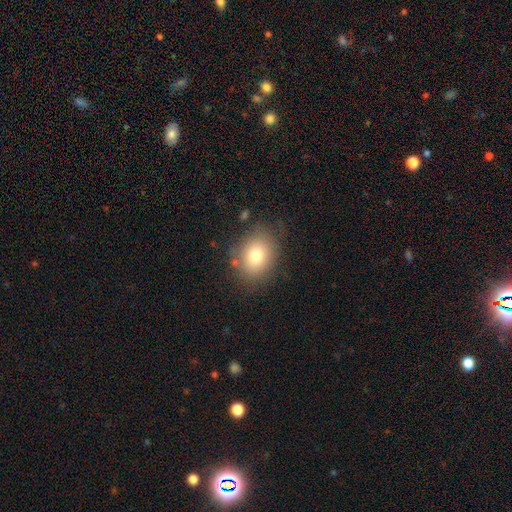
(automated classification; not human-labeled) Smooth or featured?
  - smooth: 78% *
  - featured or disk: 12%
  - star or artifact: 10%
How rounded?
  - in between: 57% *
  - round: 43%
  - cigar-shaped: 1%
Merging?
  - none: 78% *
  - minor disturbance: 15%
  - major disturbance: 5%
  - merger: 2%